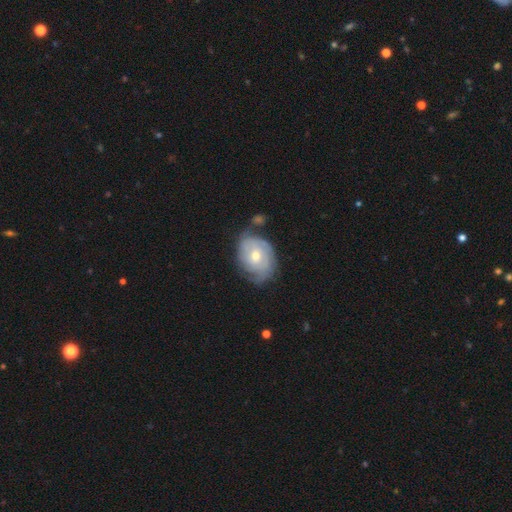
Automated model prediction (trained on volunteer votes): Smooth or featured? featured or disk (73%)
Edge-on disk? no (96%)
Bar? no (74%)
Spiral arms? yes (87%)
Spiral winding? tight (71%)
Spiral arm count? can't tell (44%)
Bulge size? moderate (55%)
Merging? none (59%)